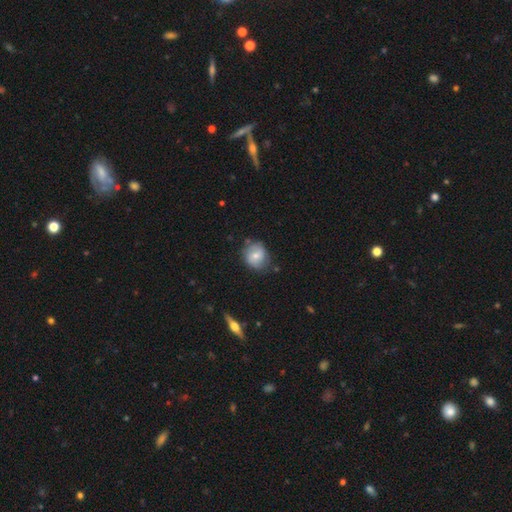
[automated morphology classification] A smooth galaxy with no disk features (63%) that is round (73%).

Vote fractions:
- Smooth or featured? smooth: 63% / featured or disk: 30% / star or artifact: 8%
- How rounded? round: 73% / in between: 26% / cigar-shaped: 1%
- Merging? none: 69% / minor disturbance: 23% / major disturbance: 5% / merger: 3%